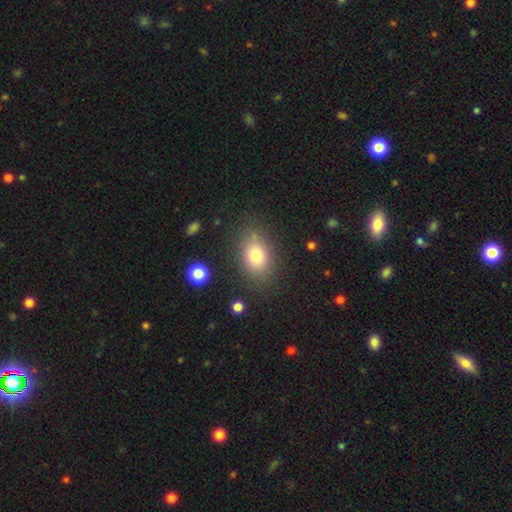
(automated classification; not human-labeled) smooth_or_featured: smooth (p=0.77) [alt: star or artifact p=0.12]
how_rounded: in between (p=0.70) [alt: round p=0.29]
merging: none (p=0.77) [alt: minor disturbance p=0.14]